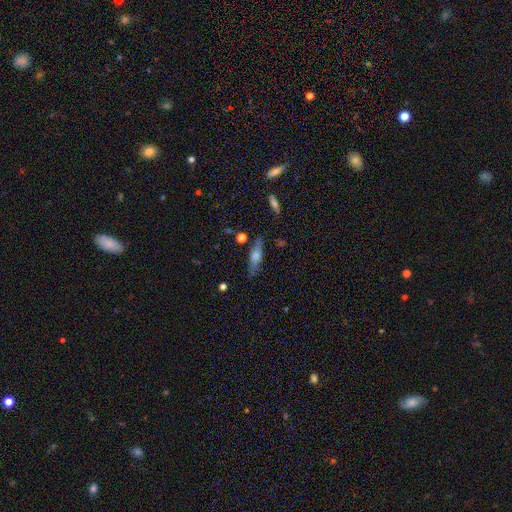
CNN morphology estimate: This is possibly a featured or disk galaxy (49%). Merging: clearly none (80%).